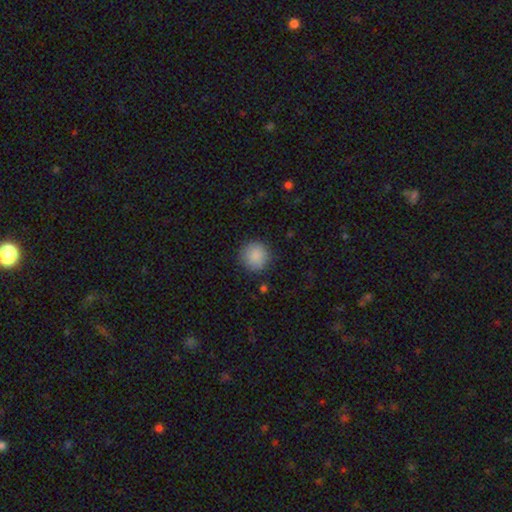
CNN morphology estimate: Smooth or featured?
  - smooth: 88% *
  - star or artifact: 8%
  - featured or disk: 4%
How rounded?
  - round: 94% *
  - in between: 5%
  - cigar-shaped: 1%
Merging?
  - none: 86% *
  - minor disturbance: 10%
  - major disturbance: 3%
  - merger: 1%